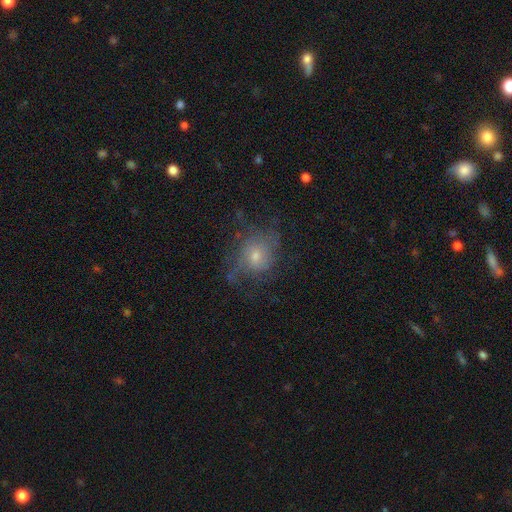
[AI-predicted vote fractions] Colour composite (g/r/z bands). It shows a smooth galaxy with no disk features (43%). Merging: none (57%).